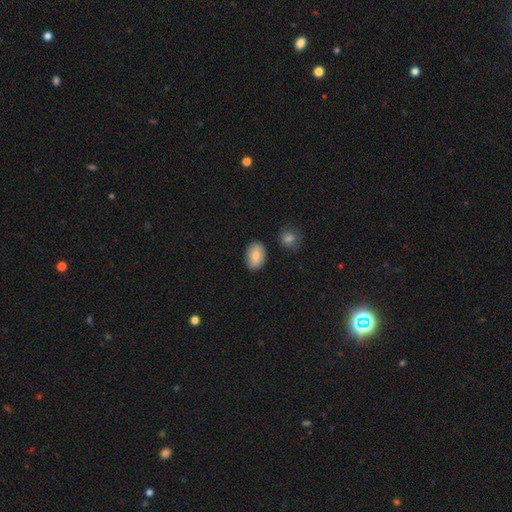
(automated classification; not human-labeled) smooth 84%, featured or disk 10%, star or artifact 7%. Down the decision tree: how rounded — in between (87%); merging — none (84%).